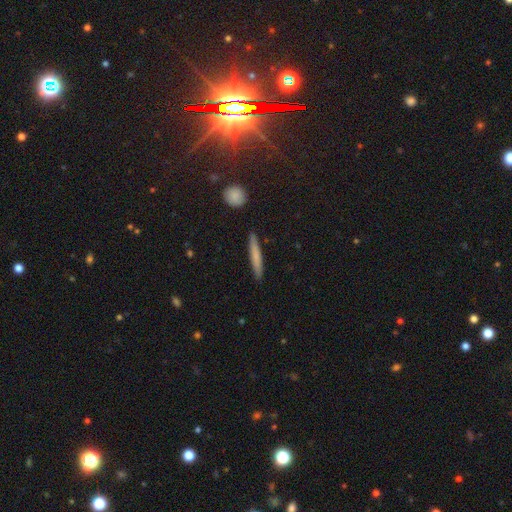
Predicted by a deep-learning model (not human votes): Smooth or featured? Predicted: smooth (p=0.69). How rounded? Predicted: cigar-shaped (p=0.95). Merging? Predicted: none (p=0.90).